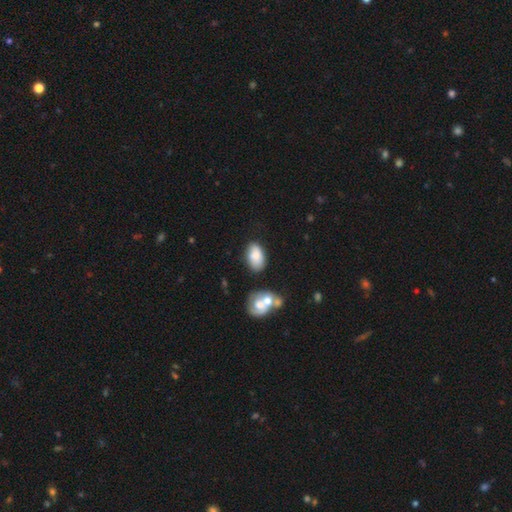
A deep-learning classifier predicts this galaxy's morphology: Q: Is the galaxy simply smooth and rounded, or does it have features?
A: smooth — 79%.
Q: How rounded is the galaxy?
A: in between — 92%.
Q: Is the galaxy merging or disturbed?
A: none — 64%.